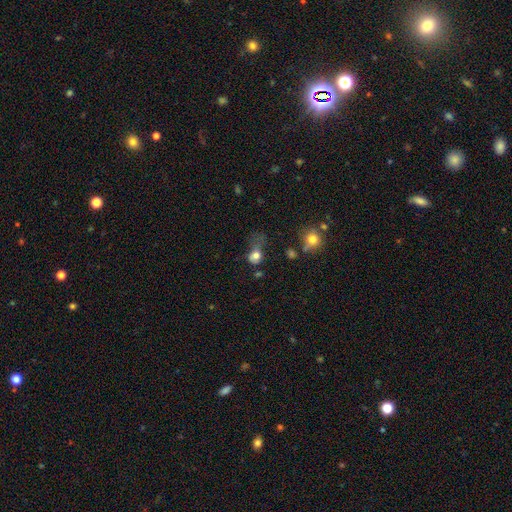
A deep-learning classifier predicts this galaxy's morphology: Q: Smooth or featured?
A: smooth (72%); runner-up: featured or disk (16%)
Q: How rounded?
A: round (51%); runner-up: in between (48%)
Q: Merging?
A: major disturbance (52%); runner-up: minor disturbance (21%)